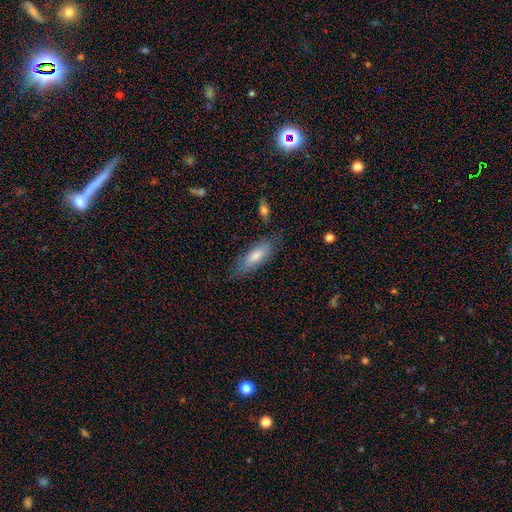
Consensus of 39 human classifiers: Smooth or featured? 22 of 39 (56%) said smooth. How rounded? 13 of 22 (59%) said cigar-shaped. Merging? 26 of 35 (74%) said none.